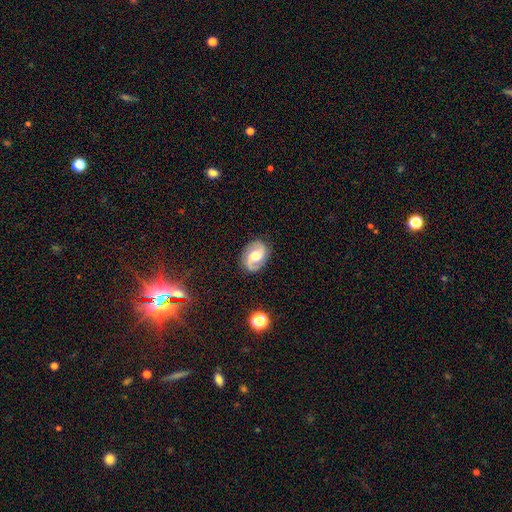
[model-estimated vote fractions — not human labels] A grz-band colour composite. It shows a featured or disk galaxy (83%) with a weak bar (44%), 2 (92%) medium (51%) spiral arms (96%) and a moderate central bulge (63%). Merging: none (84%).